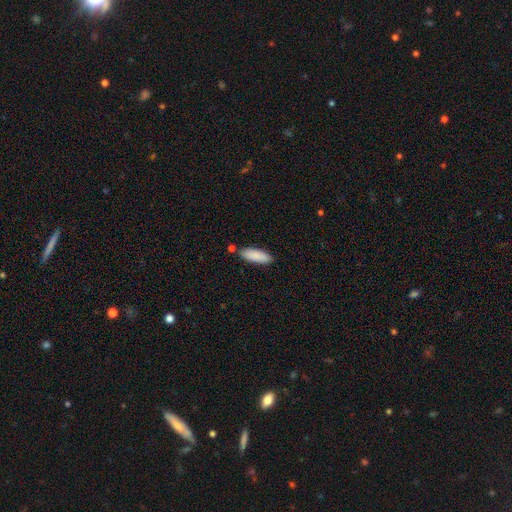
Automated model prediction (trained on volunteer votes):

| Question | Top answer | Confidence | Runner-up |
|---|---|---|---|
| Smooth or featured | smooth | 88% | featured or disk (6%) |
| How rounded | in between | 55% | cigar-shaped (44%) |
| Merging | none | 79% | minor disturbance (12%) |